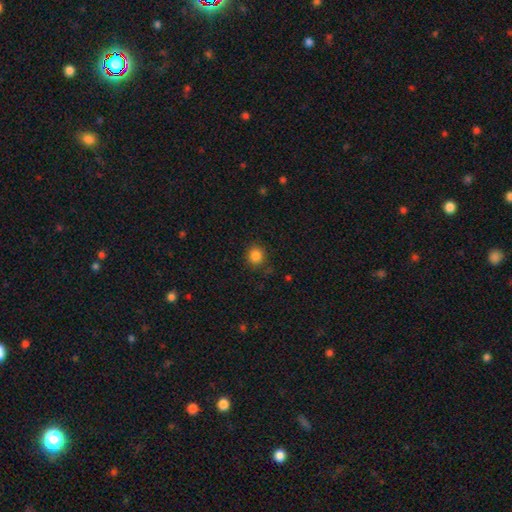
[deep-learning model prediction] The model was most divided on "how rounded": round: 85%, in between: 14%, cigar-shaped: 1%. More confident: smooth or featured — smooth (85%); merging — none (84%).